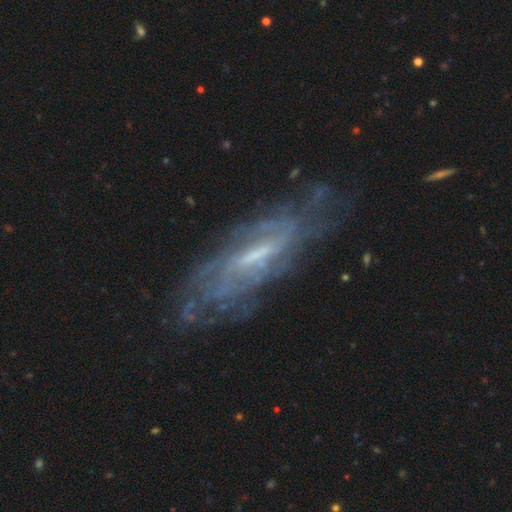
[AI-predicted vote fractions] A featured or disk galaxy (80%) with a weak bar (50%), tight (55%) spiral arms (85%) and a small central bulge (48%).

Vote fractions:
- Smooth or featured? featured or disk: 80% / smooth: 12% / star or artifact: 8%
- Edge-on disk? no: 81% / yes: 19%
- Bar? weak: 50% / strong: 28% / no: 23%
- Spiral arms? yes: 85% / no: 15%
- Spiral winding? tight: 55% / medium: 32% / loose: 13%
- Spiral arm count? can't tell: 61% / 2: 14% / 4: 9% / 3: 7% / more than 4: 5% / 1: 4%
- Bulge size? small: 48% / moderate: 32% / none: 16% / large: 3% / dominant: 1%
- Merging? none: 69% / minor disturbance: 20% / major disturbance: 9% / merger: 2%